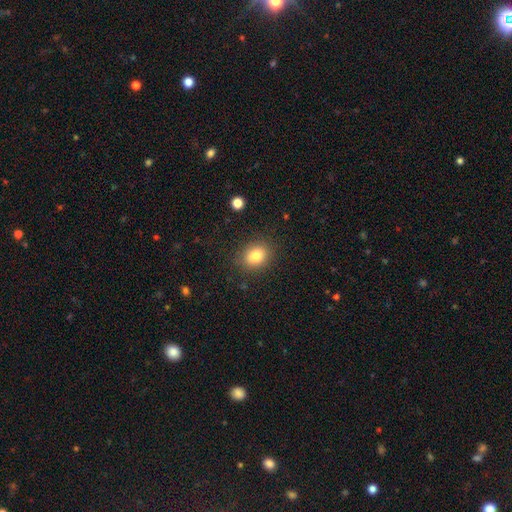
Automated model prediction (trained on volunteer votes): Smooth or featured?
  - smooth: 81% *
  - star or artifact: 10%
  - featured or disk: 8%
How rounded?
  - in between: 52% *
  - round: 47%
  - cigar-shaped: 1%
Merging?
  - none: 86% *
  - minor disturbance: 9%
  - major disturbance: 3%
  - merger: 1%